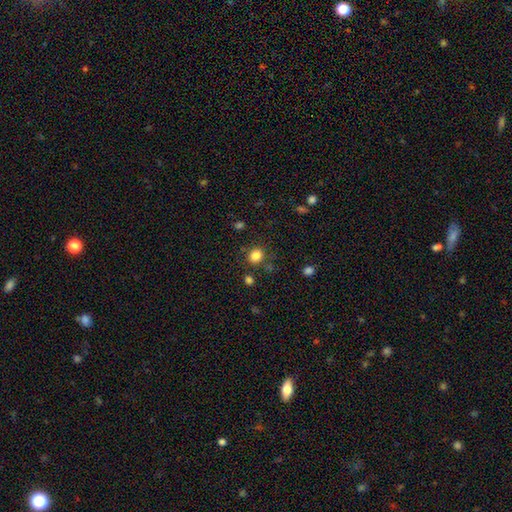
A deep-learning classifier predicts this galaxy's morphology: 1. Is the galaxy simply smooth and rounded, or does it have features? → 83% smooth, 12% star or artifact, 4% featured or disk.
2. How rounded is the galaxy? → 74% round, 26% in between, 1% cigar-shaped.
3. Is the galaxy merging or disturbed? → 81% none, 10% minor disturbance, 5% merger, 4% major disturbance.